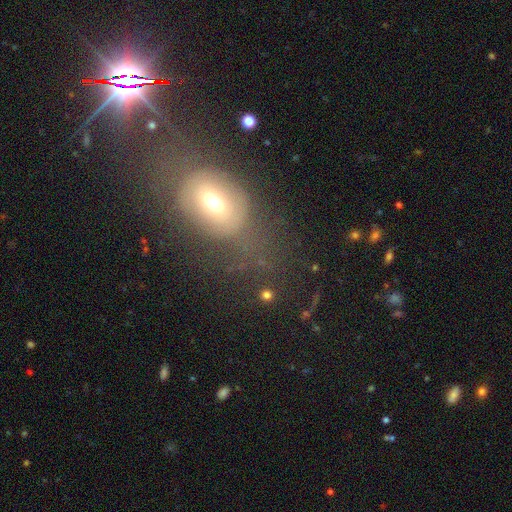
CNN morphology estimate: Overall: smooth (40%; featured or disk 32%). Merging: none (63%).